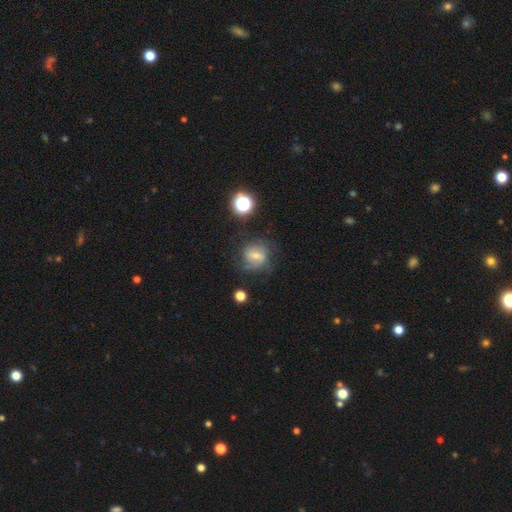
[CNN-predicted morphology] The model was most divided on "bulge size": small: 46%, moderate: 45%, none: 4%, large: 4%, dominant: 1%. More confident: edge-on disk — no (97%); spiral arms — yes (83%); merging — none (60%); smooth or featured — featured or disk (57%); bar — weak (51%).